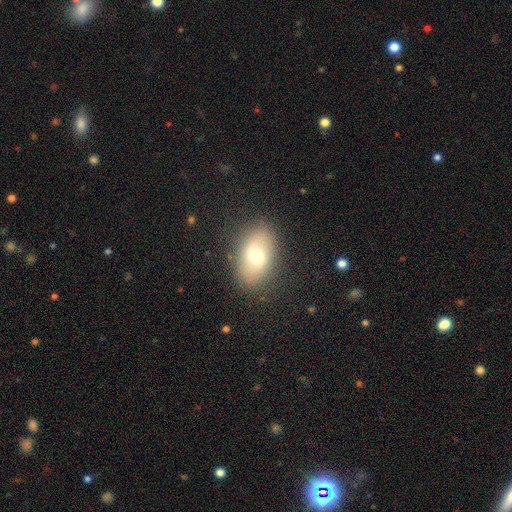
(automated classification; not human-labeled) A smooth galaxy with no disk features (66%) that is in between round and cigar-shaped (82%). Merging: none (83%).